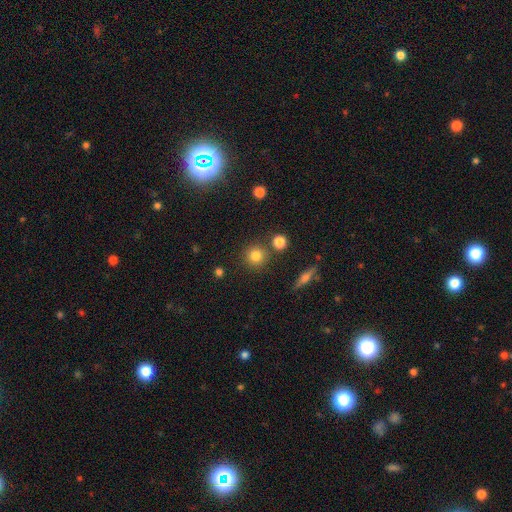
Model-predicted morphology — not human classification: smooth-or-featured: smooth: 80% | star or artifact: 12% | featured or disk: 8%
  how-rounded: round: 92% | in between: 7% | cigar-shaped: 1%
  merging: none: 81% | merger: 8% | minor disturbance: 8% | major disturbance: 3%